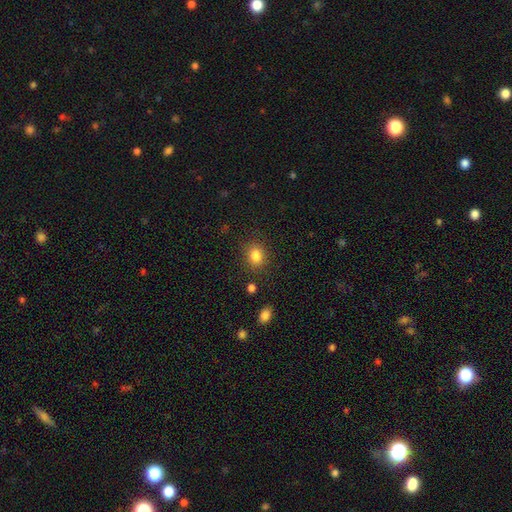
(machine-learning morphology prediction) This appears to be a smooth galaxy with no disk features (84%) that is round (62%). Merging: none (84%).